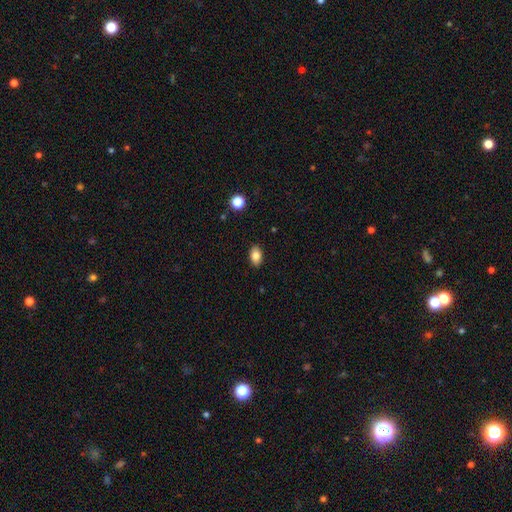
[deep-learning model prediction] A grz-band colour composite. It shows a smooth galaxy with no disk features (83%) that is in between round and cigar-shaped (88%). Merging: none (89%).